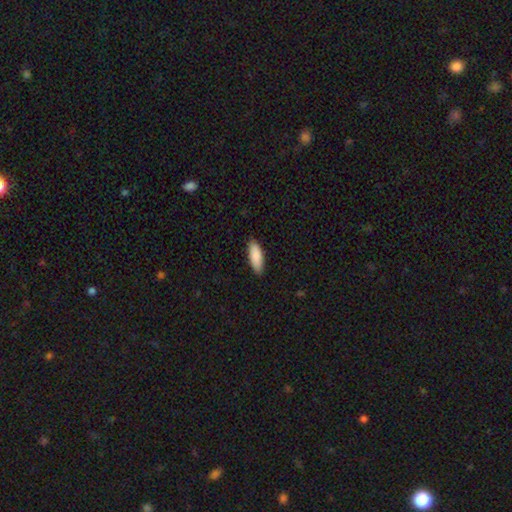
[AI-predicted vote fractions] The model was most divided on "how rounded": in between: 66%, cigar-shaped: 33%, round: 2%. More confident: smooth or featured — smooth (89%); merging — none (87%).